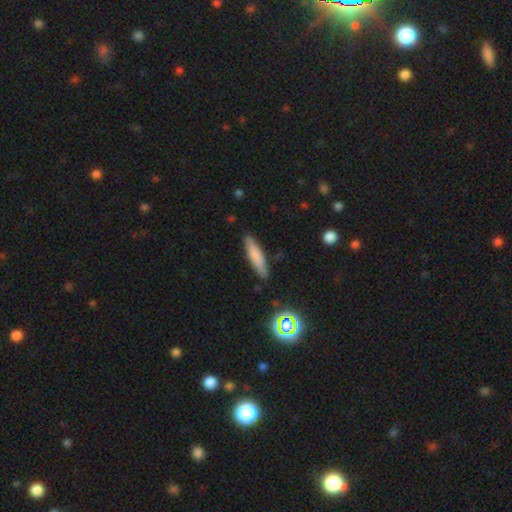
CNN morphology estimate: Smooth or featured? Predicted: smooth (p=0.74). How rounded? Predicted: cigar-shaped (p=0.81). Merging? Predicted: none (p=0.86).